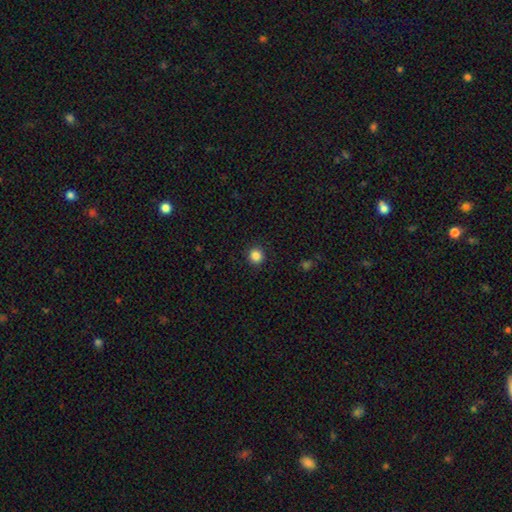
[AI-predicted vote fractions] smooth-or-featured: smooth: 86% | star or artifact: 11% | featured or disk: 3%
  how-rounded: round: 93% | in between: 6% | cigar-shaped: 1%
  merging: none: 92% | minor disturbance: 5% | major disturbance: 2% | merger: 1%